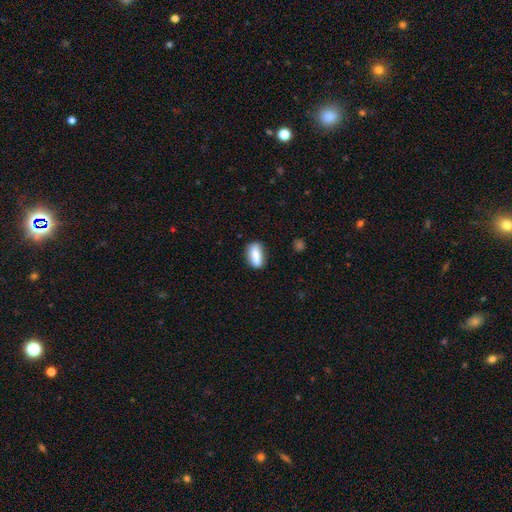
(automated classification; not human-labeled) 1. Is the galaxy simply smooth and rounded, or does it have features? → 84% smooth, 8% featured or disk, 7% star or artifact.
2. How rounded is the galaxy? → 75% in between, 20% cigar-shaped, 5% round.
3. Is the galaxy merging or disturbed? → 79% none, 15% minor disturbance, 4% major disturbance, 2% merger.